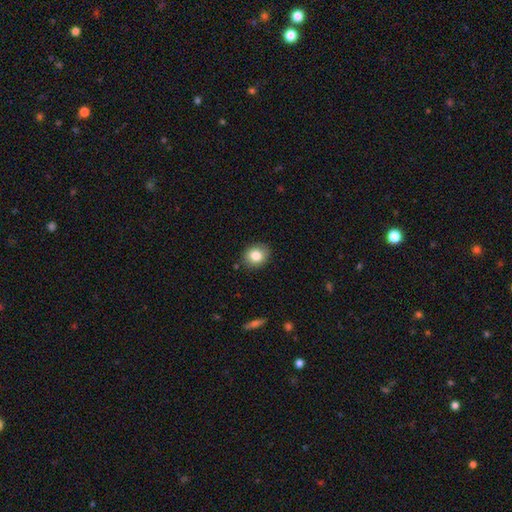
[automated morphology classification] This is clearly a smooth galaxy (82%). How rounded: likely round (63%). Merging: clearly none (87%).